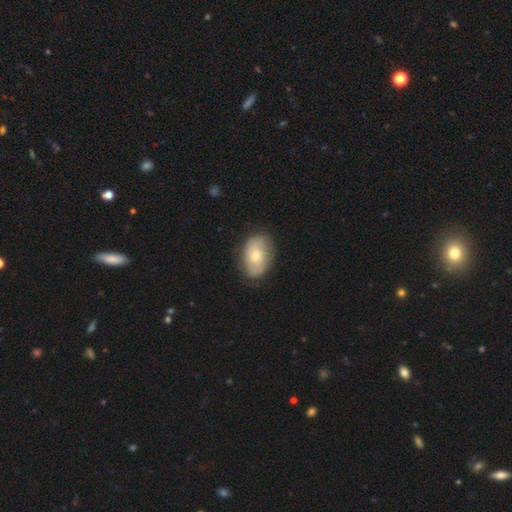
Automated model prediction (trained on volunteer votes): This is possibly a smooth galaxy (50%). Merging: likely none (79%).